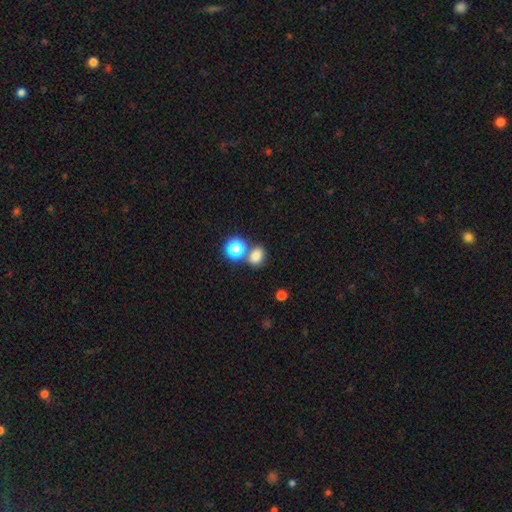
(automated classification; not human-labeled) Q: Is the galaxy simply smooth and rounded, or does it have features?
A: smooth — 77%.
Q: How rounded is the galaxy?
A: in between — 53%.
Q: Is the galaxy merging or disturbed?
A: none — 64%.